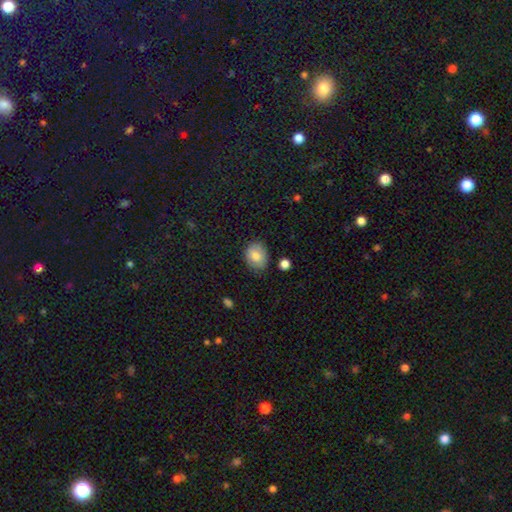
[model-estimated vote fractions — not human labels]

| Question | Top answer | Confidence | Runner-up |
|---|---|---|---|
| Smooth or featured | smooth | 80% | featured or disk (11%) |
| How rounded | in between | 50% | round (49%) |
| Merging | none | 74% | minor disturbance (20%) |